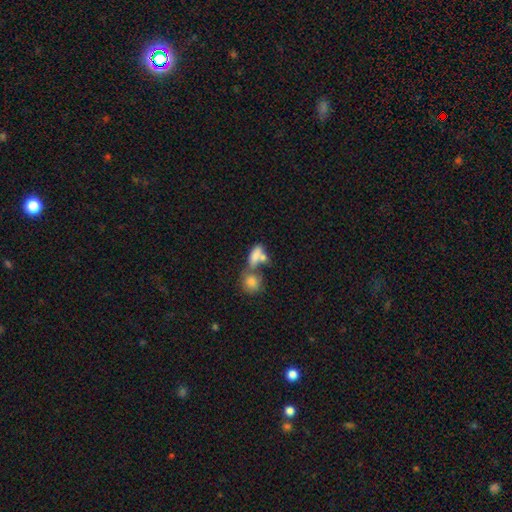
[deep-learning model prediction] This appears to be a smooth galaxy with no disk features (76%) that is in between round and cigar-shaped (75%). Merging: merger (53%).